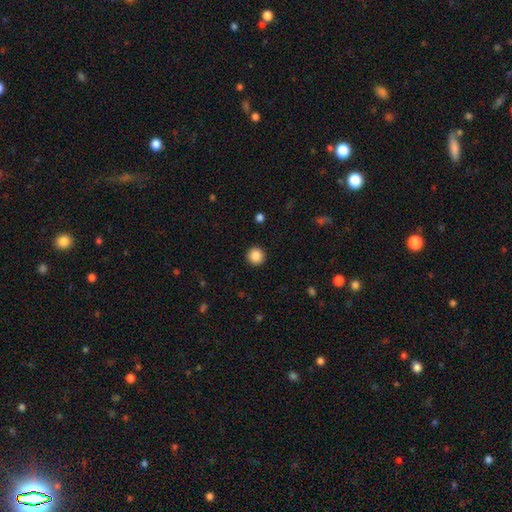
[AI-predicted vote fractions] Overall: smooth (87%). How rounded: round (96%). Merging: none (93%).